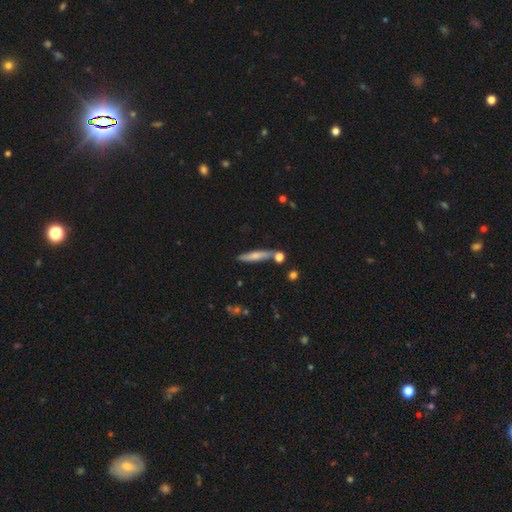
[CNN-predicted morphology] Overall: smooth (59%; featured or disk 34%). How rounded: cigar-shaped (89%). Merging: none (76%).